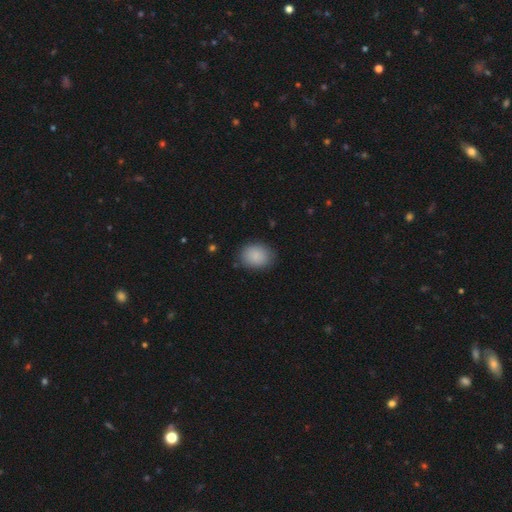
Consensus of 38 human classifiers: Smooth or featured? 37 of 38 (97%) said smooth. How rounded? 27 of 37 (73%) said in between. Merging? 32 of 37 (86%) said none.